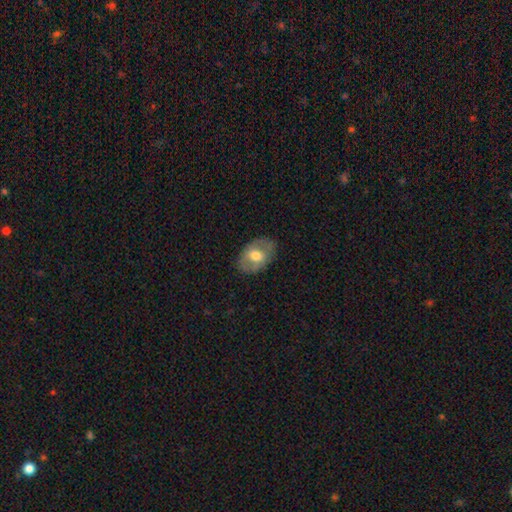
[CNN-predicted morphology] smooth-or-featured: smooth: 55% | featured or disk: 39% | star or artifact: 6%
  how-rounded: in between: 83% | round: 16% | cigar-shaped: 1%
  merging: none: 79% | minor disturbance: 15% | major disturbance: 5% | merger: 1%